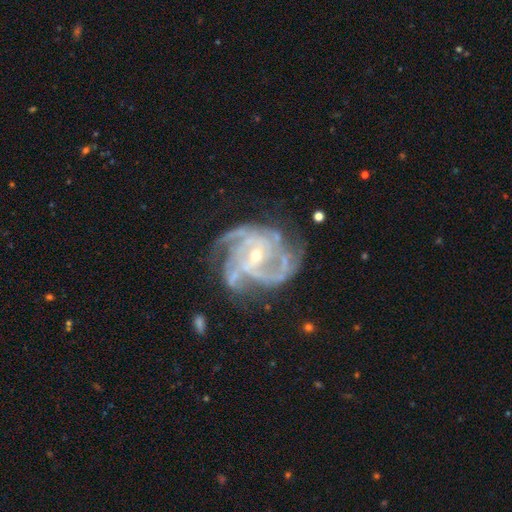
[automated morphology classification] The model was most divided on "spiral winding": medium: 47%, tight: 41%, loose: 12%. Remaining: edge-on disk — no (98%); spiral arms — yes (97%); smooth or featured — featured or disk (91%); bulge size — small (71%); merging — none (58%); bar — no (49%); spiral arm count — 3 (30%).